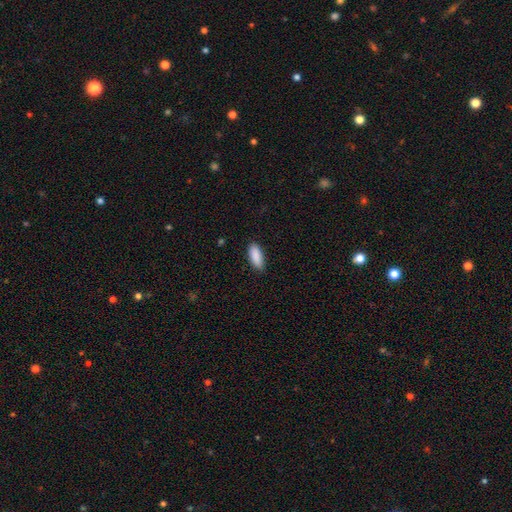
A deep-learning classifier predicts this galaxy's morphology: smooth_or_featured: smooth (p=0.90) [alt: star or artifact p=0.06]
how_rounded: in between (p=0.76) [alt: cigar-shaped p=0.22]
merging: none (p=0.86) [alt: minor disturbance p=0.11]